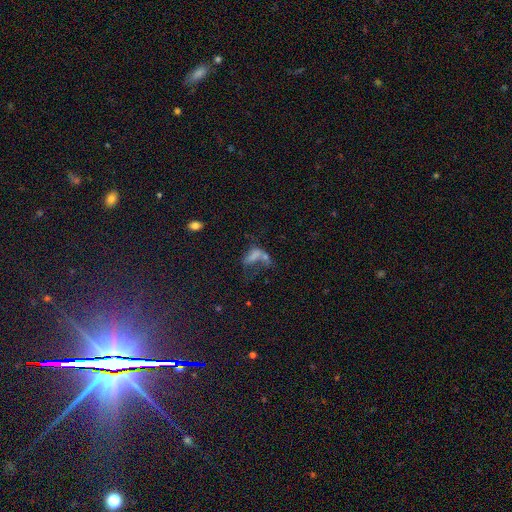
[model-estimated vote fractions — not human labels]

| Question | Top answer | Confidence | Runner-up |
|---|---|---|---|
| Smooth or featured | smooth | 51% | featured or disk (30%) |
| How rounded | in between | 76% | cigar-shaped (15%) |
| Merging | merger | 36% | major disturbance (35%) |